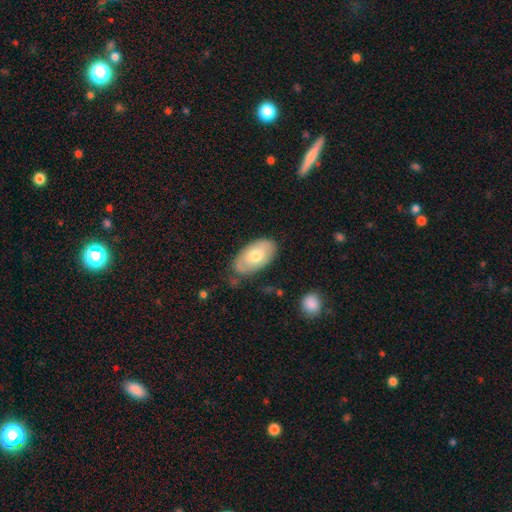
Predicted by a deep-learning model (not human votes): Q: Smooth or featured?
A: smooth (66%); runner-up: featured or disk (28%)
Q: How rounded?
A: in between (94%); runner-up: round (4%)
Q: Merging?
A: none (72%); runner-up: minor disturbance (20%)